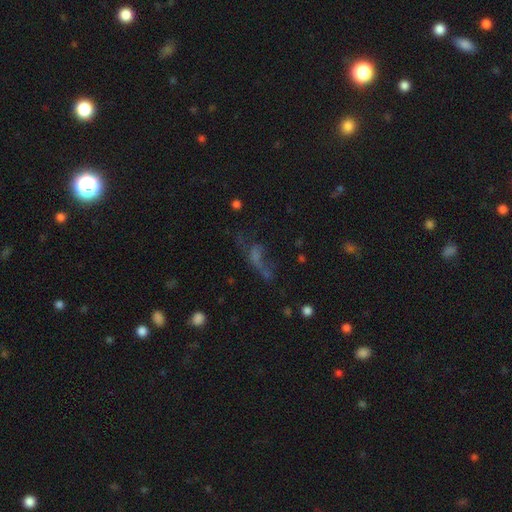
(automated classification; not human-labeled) Smooth or featured? smooth (36%)
Merging? none (38%)